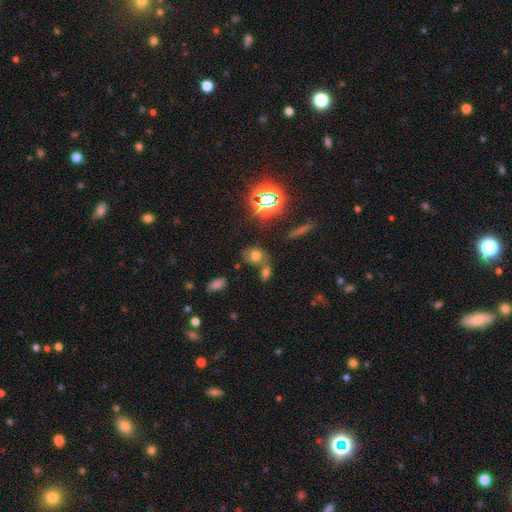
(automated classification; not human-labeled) Smooth or featured? smooth (56%)
How rounded? in between (51%)
Merging? none (40%)